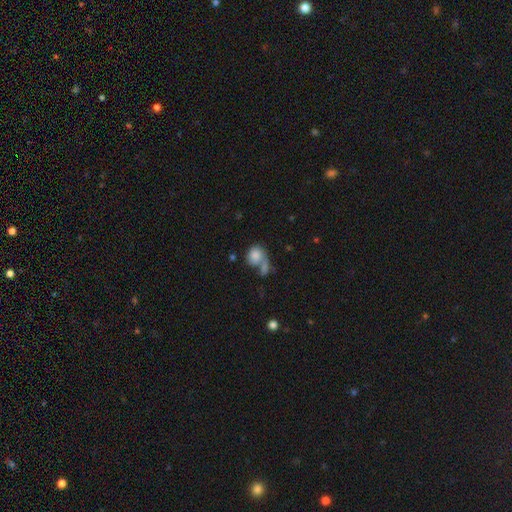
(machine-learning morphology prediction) smooth-or-featured: smooth: 77% | featured or disk: 14% | star or artifact: 8%
  how-rounded: round: 64% | in between: 34% | cigar-shaped: 2%
  merging: merger: 43% | none: 32% | major disturbance: 13% | minor disturbance: 12%